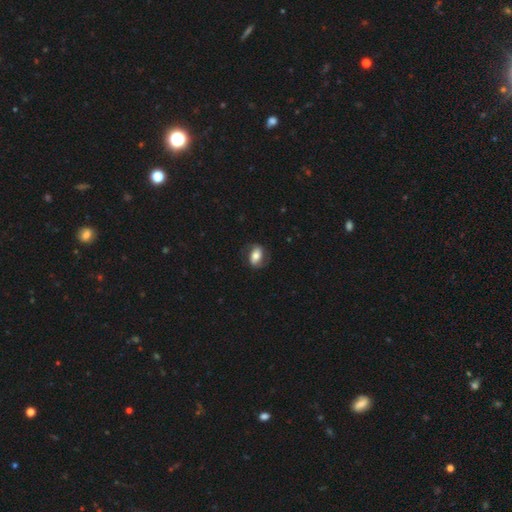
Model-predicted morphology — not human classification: This appears to be a smooth galaxy with no disk features (49%). Merging: none (72%).